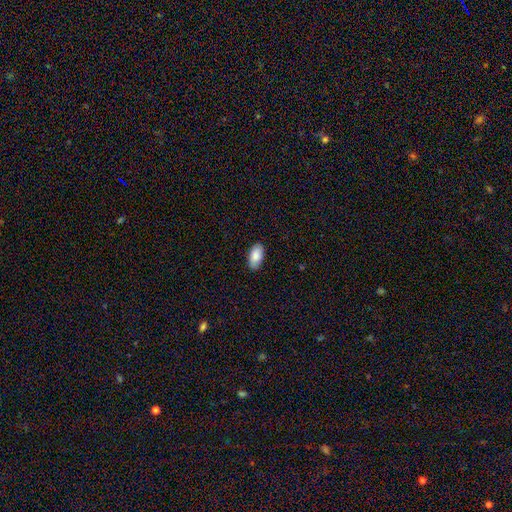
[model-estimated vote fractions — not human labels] smooth-or-featured: smooth: 86% | featured or disk: 8% | star or artifact: 6%
  how-rounded: in between: 95% | round: 3% | cigar-shaped: 2%
  merging: none: 87% | minor disturbance: 10% | major disturbance: 2% | merger: 1%